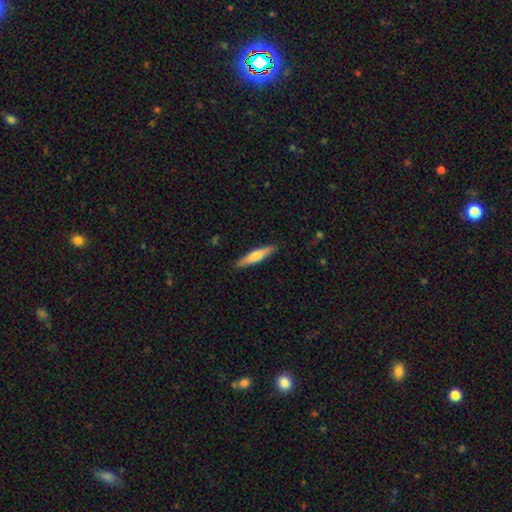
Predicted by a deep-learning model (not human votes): A smooth galaxy with no disk features (59%) that is cigar-shaped (86%). Merging: none (89%).